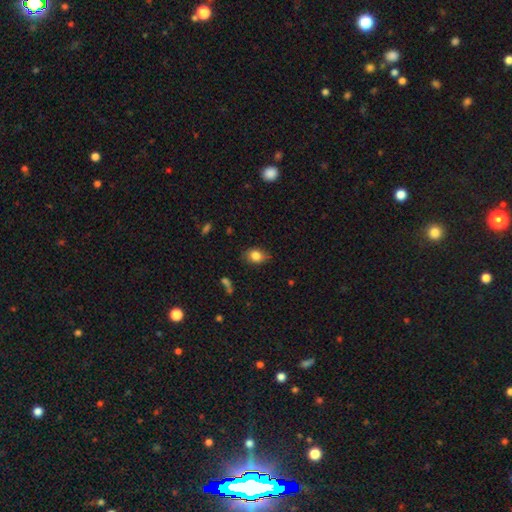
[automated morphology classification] smooth-or-featured: smooth: 82% | featured or disk: 9% | star or artifact: 9%
  how-rounded: in between: 67% | round: 32% | cigar-shaped: 1%
  merging: none: 75% | minor disturbance: 19% | major disturbance: 4% | merger: 2%